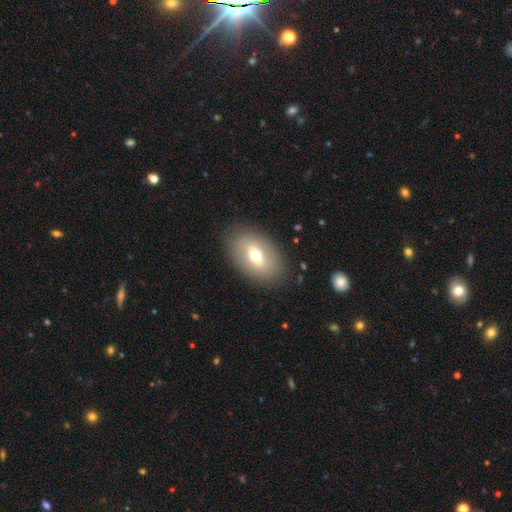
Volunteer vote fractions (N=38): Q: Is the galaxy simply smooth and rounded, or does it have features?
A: smooth — 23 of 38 (61%).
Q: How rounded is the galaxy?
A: in between — 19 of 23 (83%).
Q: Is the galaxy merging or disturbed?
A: none — 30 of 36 (83%).